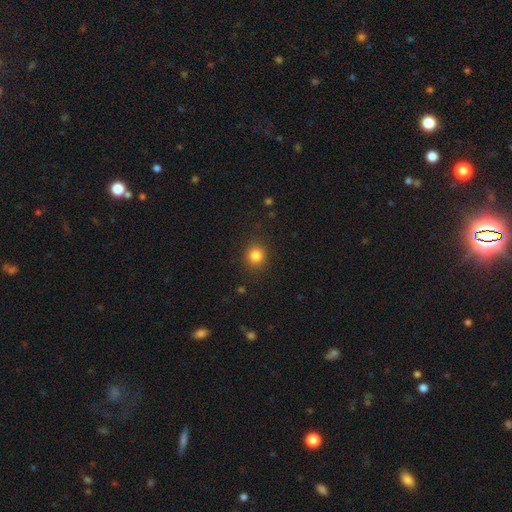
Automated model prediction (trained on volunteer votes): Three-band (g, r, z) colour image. It shows a smooth galaxy with no disk features (83%) that is round (86%). Merging: none (89%).